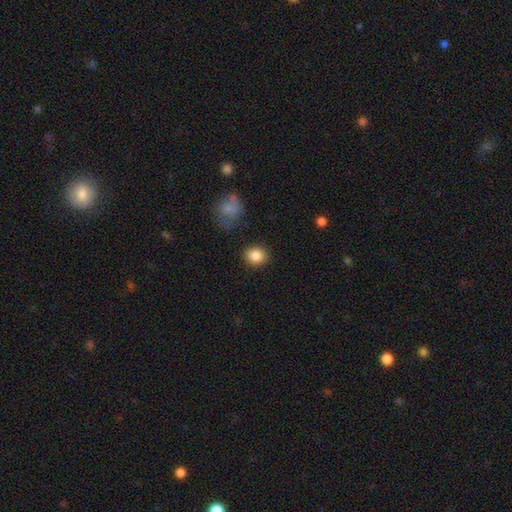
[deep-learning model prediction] smooth-or-featured: smooth: 87% | star or artifact: 9% | featured or disk: 5%
  how-rounded: round: 71% | in between: 28% | cigar-shaped: 1%
  merging: none: 87% | minor disturbance: 8% | major disturbance: 3% | merger: 2%